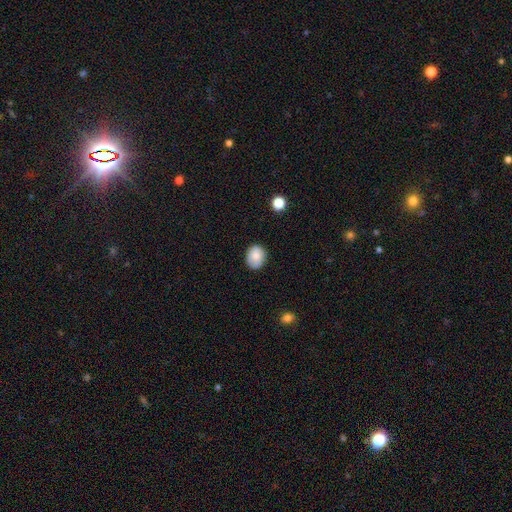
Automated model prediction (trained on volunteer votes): A smooth galaxy with no disk features (80%) that is round (53%).

Vote fractions:
- Smooth or featured? smooth: 80% / featured or disk: 12% / star or artifact: 8%
- How rounded? round: 53% / in between: 47% / cigar-shaped: 1%
- Merging? none: 79% / minor disturbance: 17% / major disturbance: 3% / merger: 1%